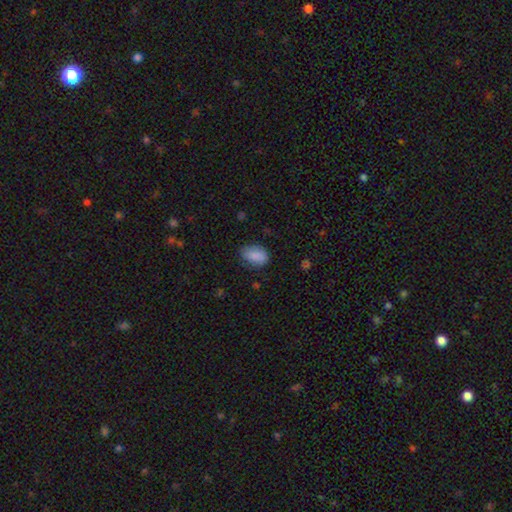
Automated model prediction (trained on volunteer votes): Smooth or featured: smooth — 85% (star or artifact — 8%)
How rounded: in between — 85% (round — 14%)
Merging: none — 69% (minor disturbance — 24%)